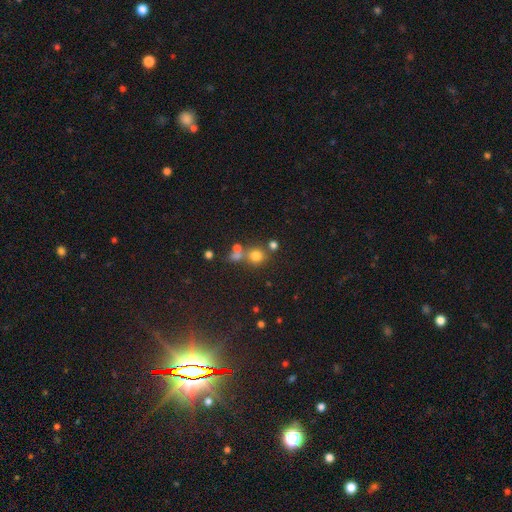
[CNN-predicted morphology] This is likely a smooth galaxy (72%). How rounded: clearly round (87%). Merging: possibly none (60%).